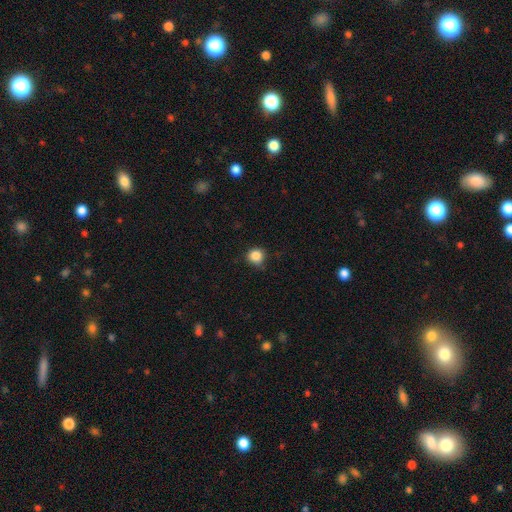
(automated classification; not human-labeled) A smooth galaxy with no disk features (86%) that is round (91%).

Vote fractions:
- Smooth or featured? smooth: 86% / star or artifact: 11% / featured or disk: 4%
- How rounded? round: 91% / in between: 8% / cigar-shaped: 1%
- Merging? none: 78% / minor disturbance: 17% / major disturbance: 3% / merger: 1%